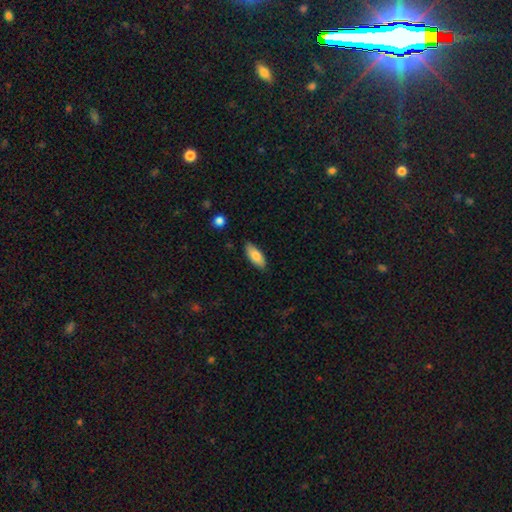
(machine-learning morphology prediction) Smooth or featured?
  - smooth: 83% *
  - featured or disk: 11%
  - star or artifact: 6%
How rounded?
  - in between: 82% *
  - cigar-shaped: 16%
  - round: 2%
Merging?
  - none: 83% *
  - minor disturbance: 13%
  - major disturbance: 2%
  - merger: 1%